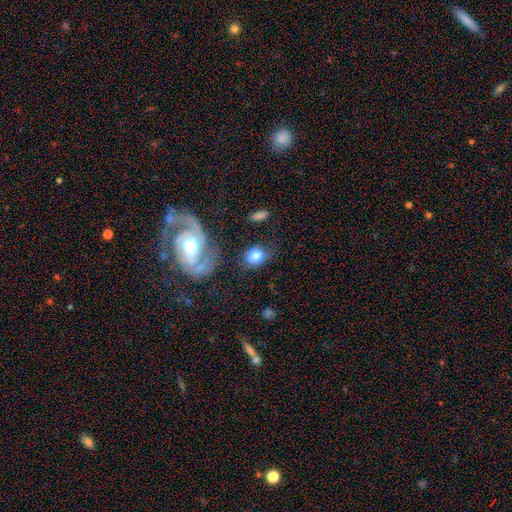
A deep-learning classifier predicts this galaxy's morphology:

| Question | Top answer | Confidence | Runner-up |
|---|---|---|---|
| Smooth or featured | smooth | 73% | featured or disk (18%) |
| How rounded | in between | 52% | round (47%) |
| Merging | none | 58% | minor disturbance (21%) |